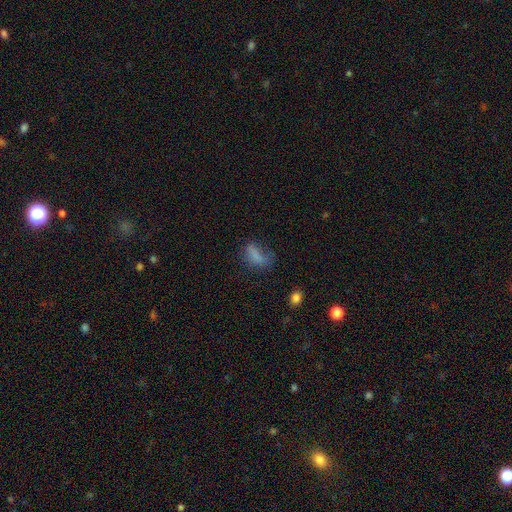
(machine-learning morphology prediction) Smooth or featured: smooth — 73% (featured or disk — 14%)
How rounded: in between — 71% (cigar-shaped — 21%)
Merging: none — 42% (major disturbance — 28%)